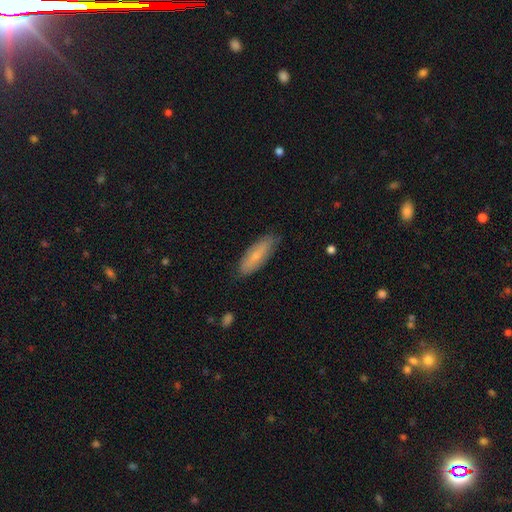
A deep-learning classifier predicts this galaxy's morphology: Smooth or featured? smooth (69%)
How rounded? in between (53%)
Merging? none (84%)